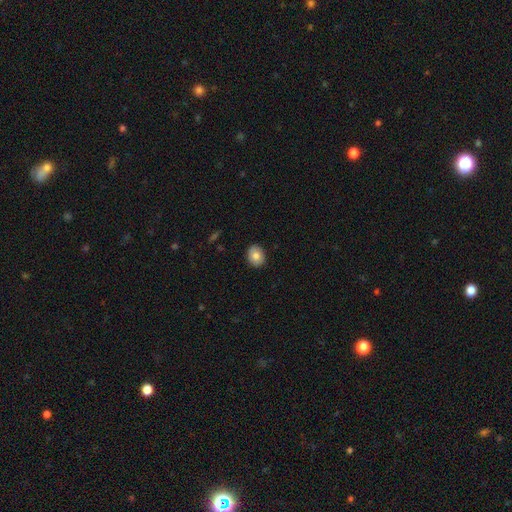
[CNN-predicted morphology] A smooth galaxy with no disk features (81%) that is in between round and cigar-shaped (50%).

Vote fractions:
- Smooth or featured? smooth: 81% / featured or disk: 11% / star or artifact: 8%
- How rounded? in between: 50% / round: 49% / cigar-shaped: 1%
- Merging? none: 89% / minor disturbance: 8% / major disturbance: 2% / merger: 1%